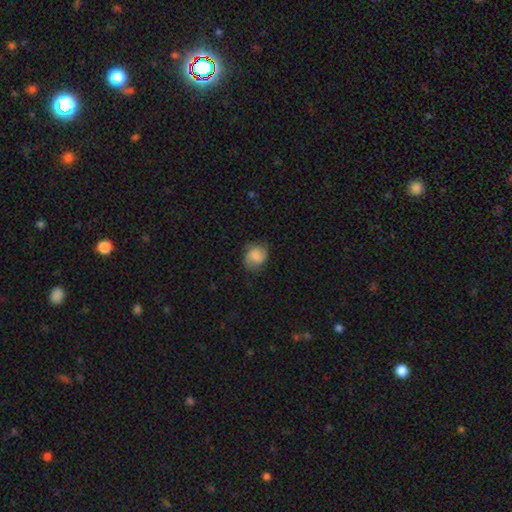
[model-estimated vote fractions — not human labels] The model was most divided on "how rounded": round: 61%, in between: 38%, cigar-shaped: 1%. More confident: smooth or featured — smooth (69%); merging — none (67%).